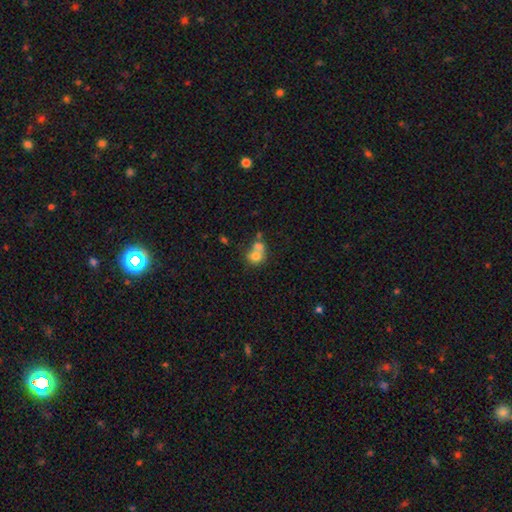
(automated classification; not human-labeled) The model was most divided on "merging": merger: 60%, none: 28%, minor disturbance: 8%, major disturbance: 4%. More confident: smooth or featured — smooth (72%); how rounded — round (70%).